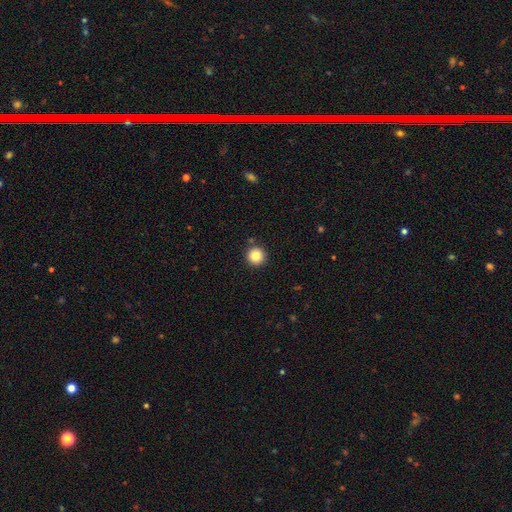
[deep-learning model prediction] smooth 83%, star or artifact 10%, featured or disk 6%. Down the decision tree: how rounded — round (96%); merging — none (91%).